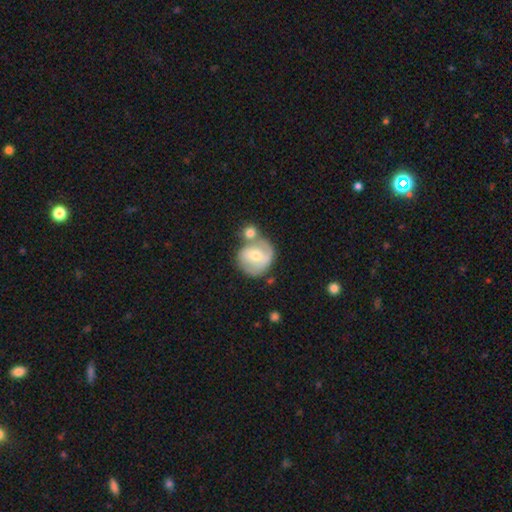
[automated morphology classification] Smooth or featured: featured or disk — 52% (smooth — 41%)
Edge-on disk: no — 97% (yes — 3%)
Bar: no — 45% (weak — 42%)
Spiral arms: yes — 68% (no — 32%)
Bulge size: moderate — 57% (small — 38%)
Merging: none — 41% (merger — 37%)